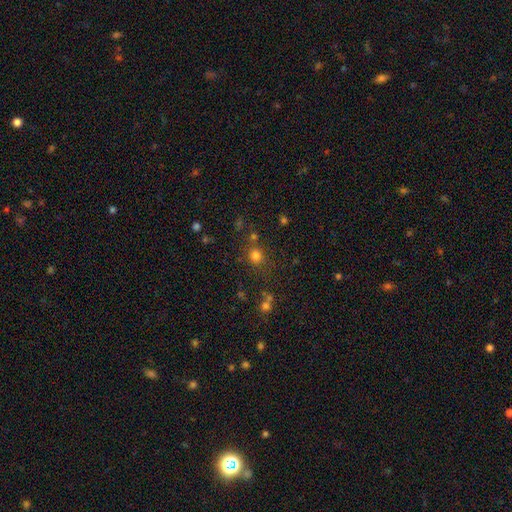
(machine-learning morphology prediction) smooth_or_featured: smooth (p=0.76) [alt: star or artifact p=0.18]
how_rounded: round (p=0.85) [alt: in between p=0.14]
merging: none (p=0.76) [alt: minor disturbance p=0.11]